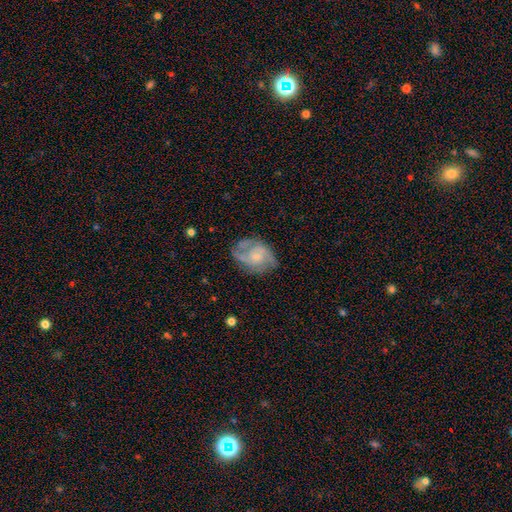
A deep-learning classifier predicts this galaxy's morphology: Smooth or featured: featured or disk — 72% (smooth — 21%)
Edge-on disk: no — 97% (yes — 3%)
Bar: no — 66% (weak — 30%)
Spiral arms: yes — 88% (no — 12%)
Spiral winding: medium — 47% (tight — 32%)
Spiral arm count: 2 — 48% (can't tell — 23%)
Bulge size: small — 58% (moderate — 29%)
Merging: none — 62% (minor disturbance — 23%)